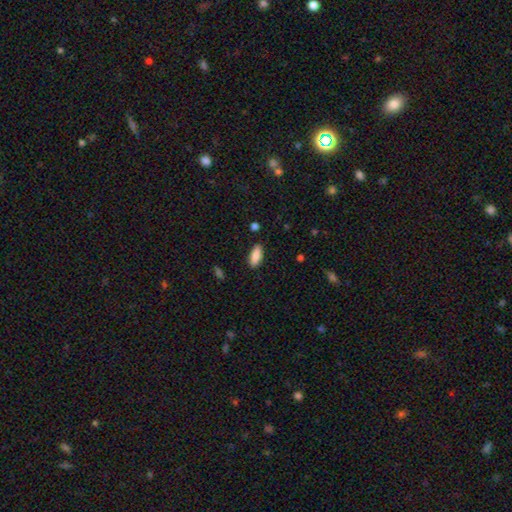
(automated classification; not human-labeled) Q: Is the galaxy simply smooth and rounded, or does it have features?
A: smooth — 88%.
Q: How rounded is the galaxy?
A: in between — 80%.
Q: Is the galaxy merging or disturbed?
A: none — 86%.